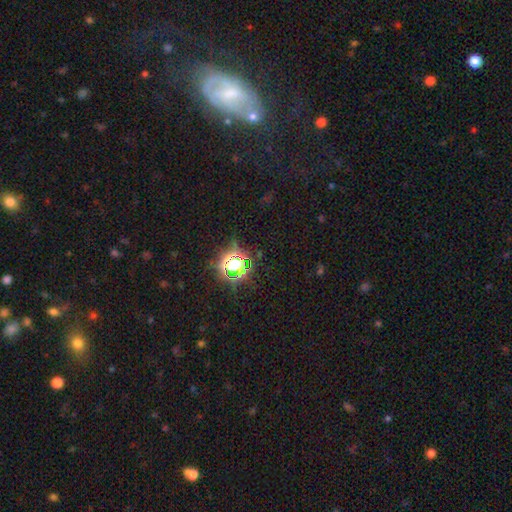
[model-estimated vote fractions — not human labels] Morphology: type=star or artifact (76%).